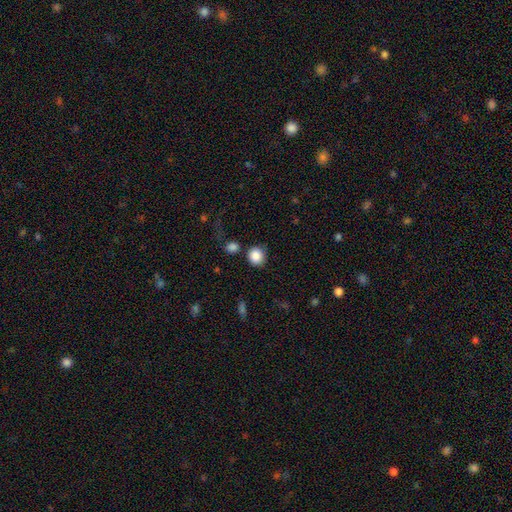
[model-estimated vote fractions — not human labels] Smooth or featured? Predicted: smooth (p=0.86). How rounded? Predicted: round (p=0.87). Merging? Predicted: none (p=0.80).